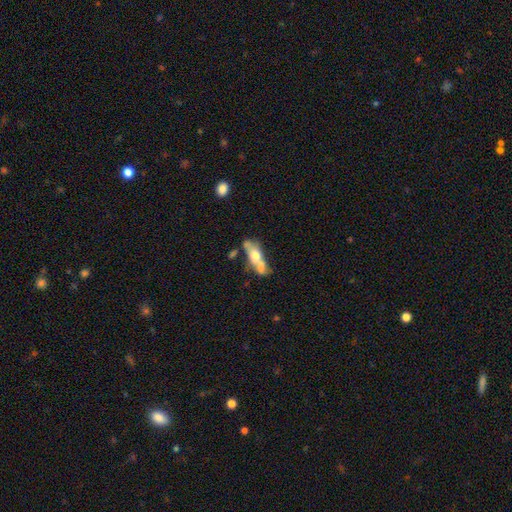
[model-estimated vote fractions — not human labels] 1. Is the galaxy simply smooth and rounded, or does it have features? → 48% smooth, 45% featured or disk, 7% star or artifact.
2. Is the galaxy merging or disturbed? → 41% none, 24% merger, 23% minor disturbance, 12% major disturbance.